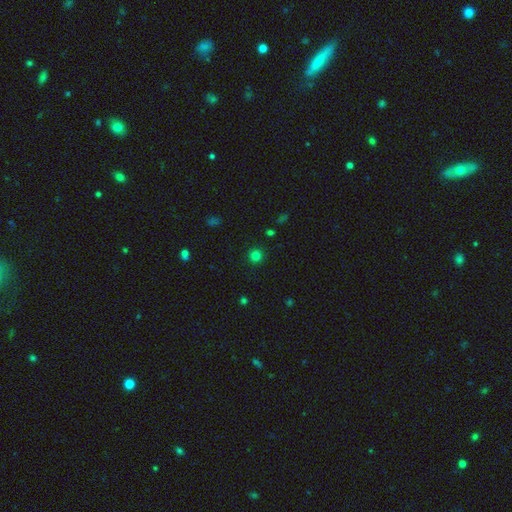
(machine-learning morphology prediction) Q: Smooth or featured?
A: smooth (80%); runner-up: star or artifact (16%)
Q: How rounded?
A: round (95%); runner-up: in between (4%)
Q: Merging?
A: none (92%); runner-up: minor disturbance (5%)